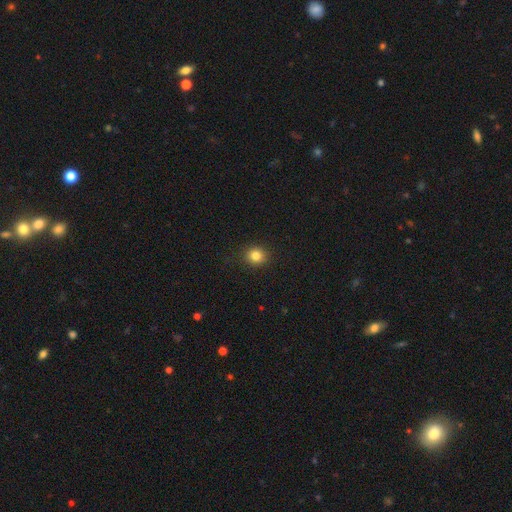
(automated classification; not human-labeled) A smooth galaxy with no disk features (83%) that is round (84%). Merging: none (90%).